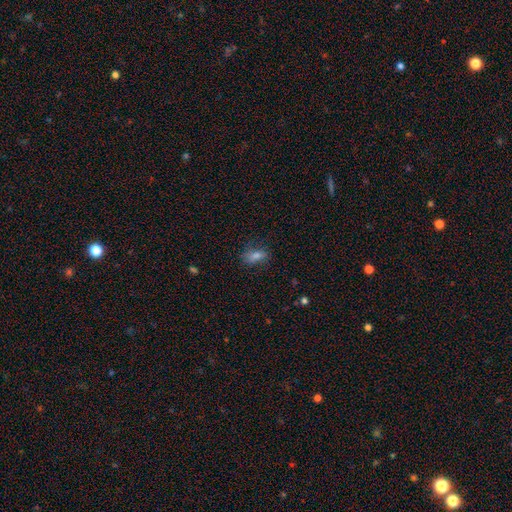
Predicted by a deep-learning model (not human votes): Smooth or featured? smooth (71%)
How rounded? in between (78%)
Merging? none (76%)